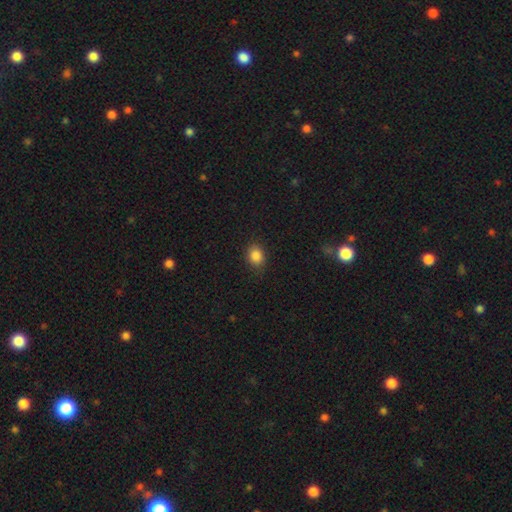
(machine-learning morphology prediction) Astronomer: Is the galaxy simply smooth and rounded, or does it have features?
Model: smooth — 85%.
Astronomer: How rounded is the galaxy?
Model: in between — 51% (runner-up: round, 48%).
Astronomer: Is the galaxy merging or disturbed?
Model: none — 85%.